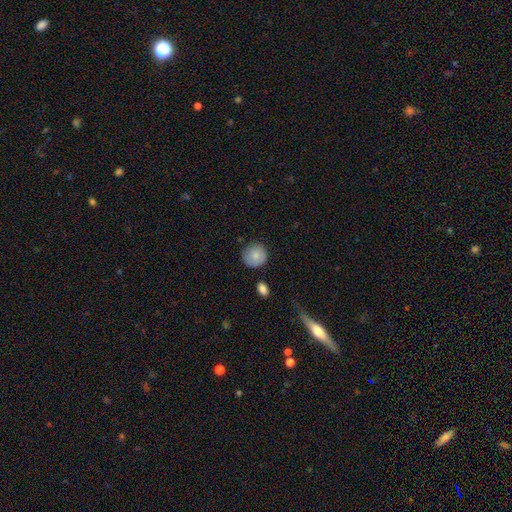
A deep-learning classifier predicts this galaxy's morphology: smooth 82%, featured or disk 10%, star or artifact 7%. Down the decision tree: how rounded — round (92%); merging — none (79%).